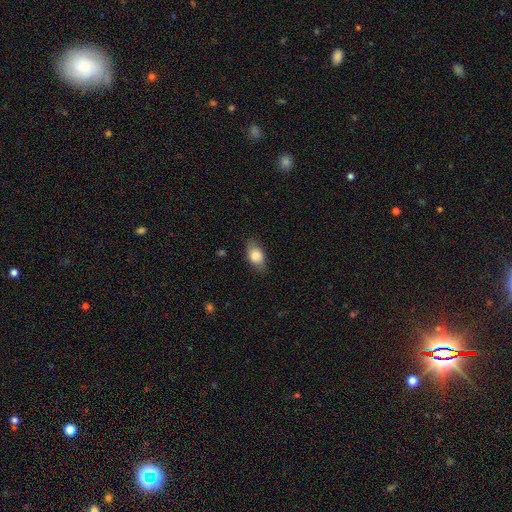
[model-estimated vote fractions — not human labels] Q: Smooth or featured?
A: smooth (79%); runner-up: featured or disk (14%)
Q: How rounded?
A: in between (85%); runner-up: round (12%)
Q: Merging?
A: none (78%); runner-up: minor disturbance (17%)